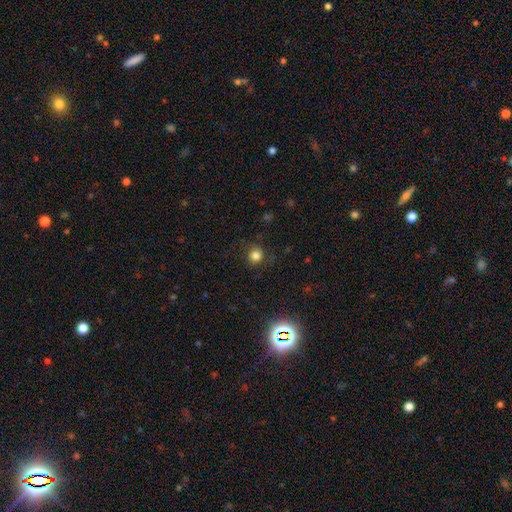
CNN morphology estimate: smooth_or_featured: smooth (p=0.79) [alt: star or artifact p=0.15]
how_rounded: round (p=0.86) [alt: in between p=0.13]
merging: none (p=0.81) [alt: minor disturbance p=0.12]